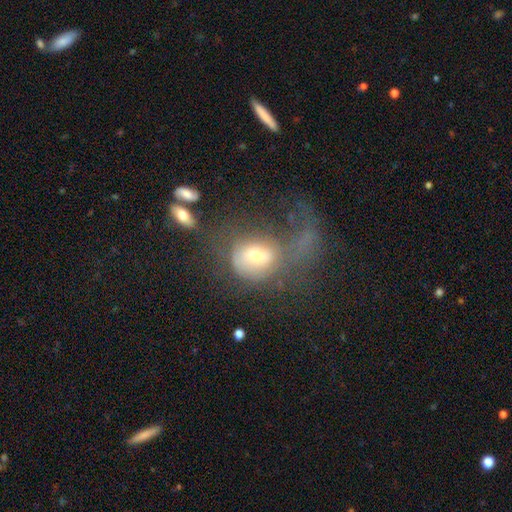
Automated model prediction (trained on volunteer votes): The model was most divided on "smooth or featured": smooth: 48%, featured or disk: 40%, star or artifact: 12%. More confident: merging — major disturbance (61%).